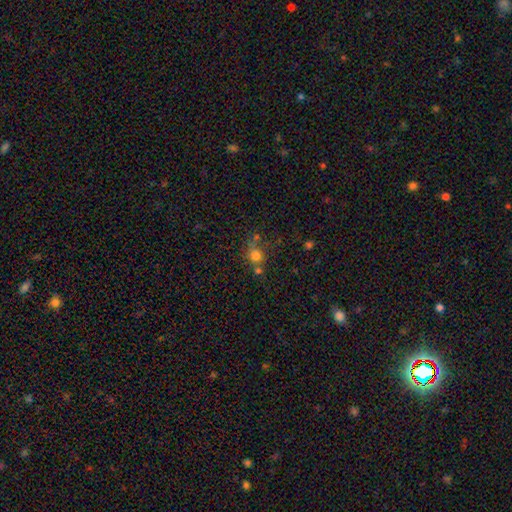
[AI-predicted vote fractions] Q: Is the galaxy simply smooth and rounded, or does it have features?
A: smooth — 74%.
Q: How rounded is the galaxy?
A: round — 87%.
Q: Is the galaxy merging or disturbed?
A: none — 55%.